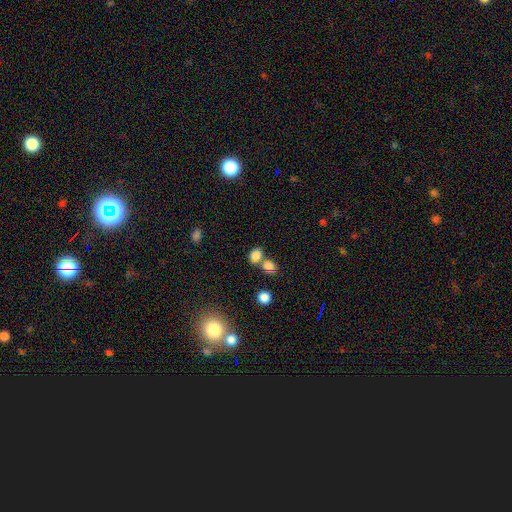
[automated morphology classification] type=smooth (79%); roundness=round (52%); merging=merger (43%).